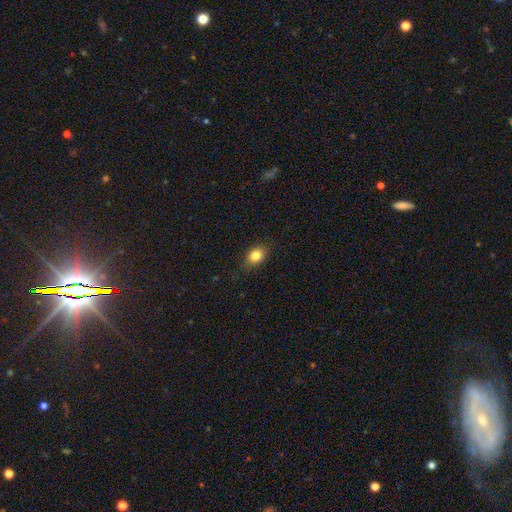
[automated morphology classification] type=smooth (83%); roundness=in between (65%); merging=none (83%).